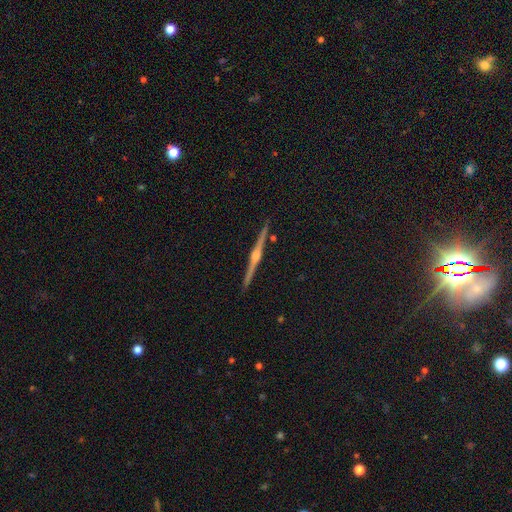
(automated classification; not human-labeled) Q: Smooth or featured?
A: featured or disk (79%); runner-up: star or artifact (11%)
Q: Edge-on disk?
A: yes (97%); runner-up: no (3%)
Q: Edge-on bulge?
A: rounded (85%); runner-up: none (8%)
Q: Merging?
A: none (91%); runner-up: minor disturbance (6%)